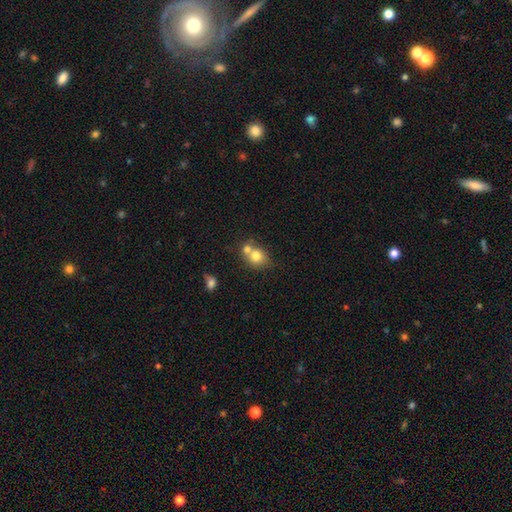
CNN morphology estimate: smooth-or-featured: smooth: 76% | featured or disk: 14% | star or artifact: 10%
  how-rounded: round: 70% | in between: 29% | cigar-shaped: 1%
  merging: merger: 50% | none: 37% | minor disturbance: 9% | major disturbance: 4%